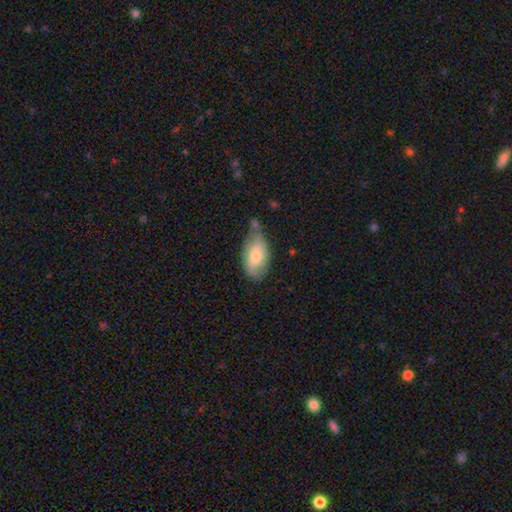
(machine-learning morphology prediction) smooth-or-featured: smooth: 58% | featured or disk: 35% | star or artifact: 7%
  how-rounded: in between: 91% | round: 5% | cigar-shaped: 4%
  merging: none: 42% | minor disturbance: 35% | major disturbance: 14% | merger: 9%